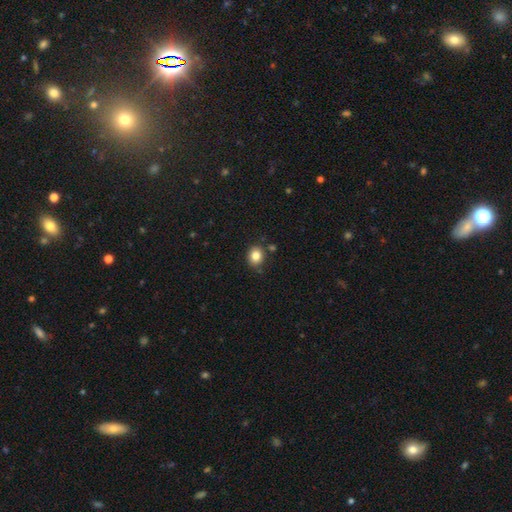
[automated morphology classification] Smooth or featured? smooth (83%)
How rounded? round (65%)
Merging? none (82%)